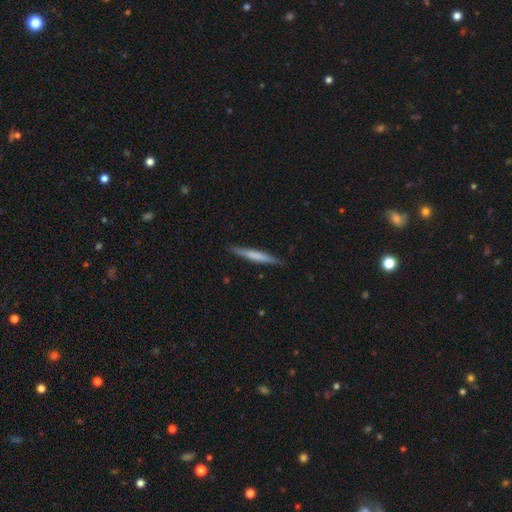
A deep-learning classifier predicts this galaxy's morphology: This appears to be a smooth galaxy with no disk features (60%) that is cigar-shaped (95%). Merging: none (88%).